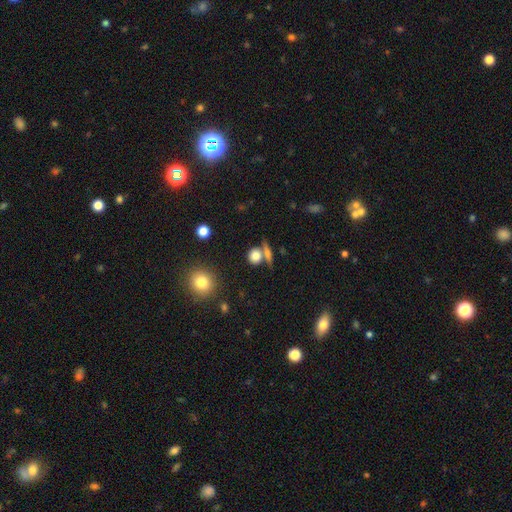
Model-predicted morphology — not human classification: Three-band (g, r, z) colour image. It shows a smooth galaxy with no disk features (79%) that is round (80%). Merging: none (60%).